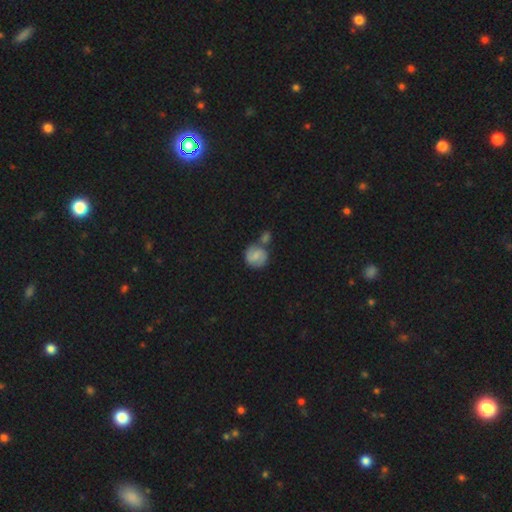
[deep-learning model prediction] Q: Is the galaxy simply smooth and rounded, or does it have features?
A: featured or disk — 57%.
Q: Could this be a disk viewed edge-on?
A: no — 98%.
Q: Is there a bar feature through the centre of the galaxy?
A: weak — 53%.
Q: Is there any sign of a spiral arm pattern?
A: yes — 88%.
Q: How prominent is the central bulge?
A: small — 51%.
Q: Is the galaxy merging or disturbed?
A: none — 43%.